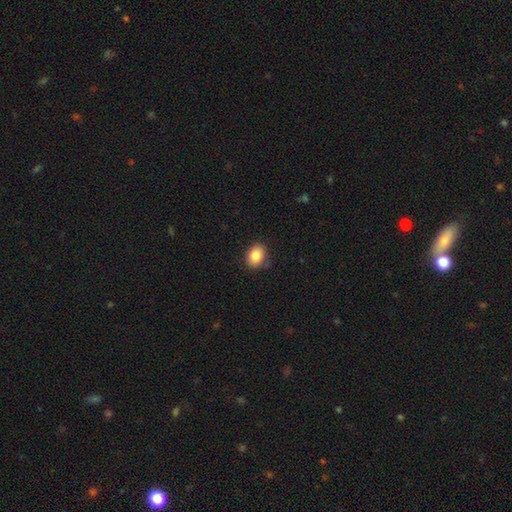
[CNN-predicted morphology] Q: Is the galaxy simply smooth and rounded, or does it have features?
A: smooth — 86%.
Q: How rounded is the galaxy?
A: in between — 62%.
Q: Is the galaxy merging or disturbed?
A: none — 84%.